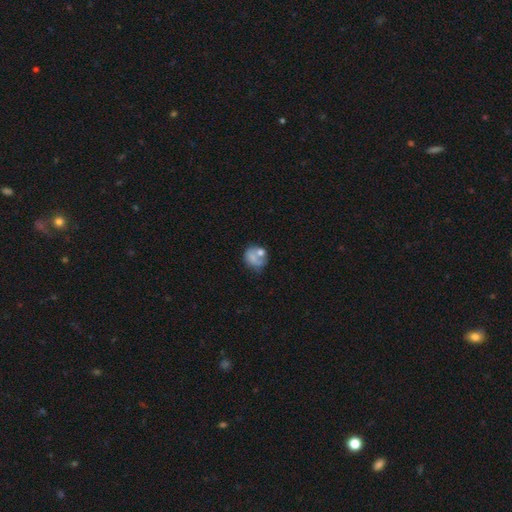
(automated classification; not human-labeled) Smooth or featured: smooth — 60% (featured or disk — 29%)
How rounded: round — 65% (in between — 34%)
Merging: none — 38% (merger — 22%)